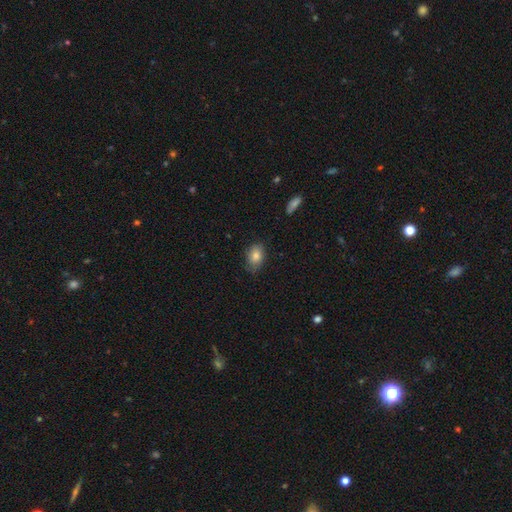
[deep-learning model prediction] smooth 80%, featured or disk 12%, star or artifact 8%. Down the decision tree: how rounded — in between (81%); merging — none (73%).